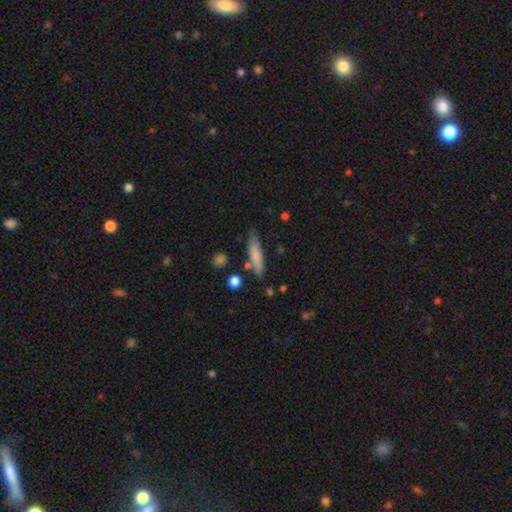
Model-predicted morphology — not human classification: This appears to be a smooth galaxy with no disk features (77%) that is cigar-shaped (79%). Merging: none (77%).